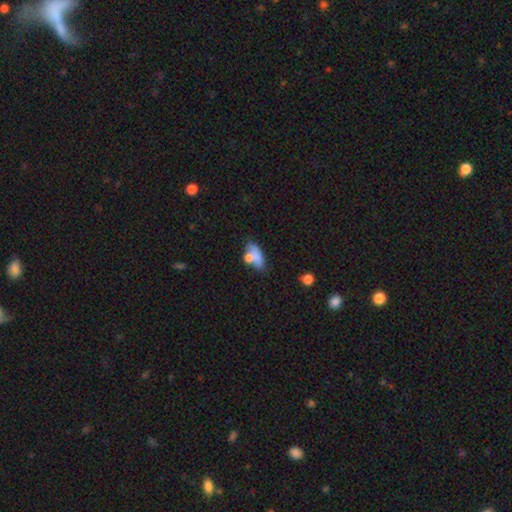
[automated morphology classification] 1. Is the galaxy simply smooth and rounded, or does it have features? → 70% smooth, 20% featured or disk, 10% star or artifact.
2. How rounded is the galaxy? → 73% in between, 16% cigar-shaped, 12% round.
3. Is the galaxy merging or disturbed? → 39% none, 29% merger, 19% minor disturbance, 13% major disturbance.